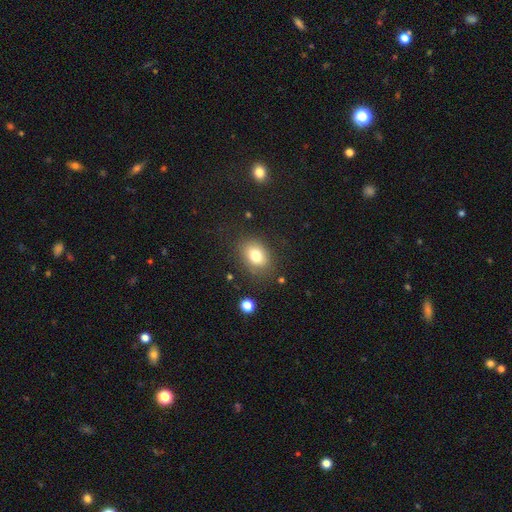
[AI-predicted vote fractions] The model was most divided on "how rounded": in between: 69%, round: 30%, cigar-shaped: 1%. More confident: merging — none (79%); smooth or featured — smooth (78%).